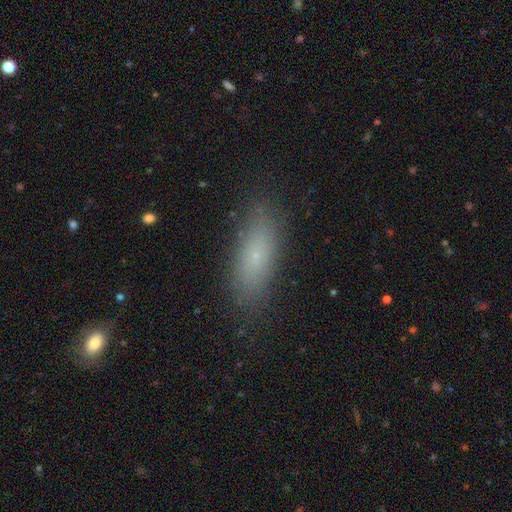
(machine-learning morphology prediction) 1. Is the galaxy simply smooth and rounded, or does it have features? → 72% smooth, 16% featured or disk, 11% star or artifact.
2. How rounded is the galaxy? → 63% in between, 34% cigar-shaped, 3% round.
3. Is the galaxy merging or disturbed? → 83% none, 12% minor disturbance, 4% major disturbance, 1% merger.